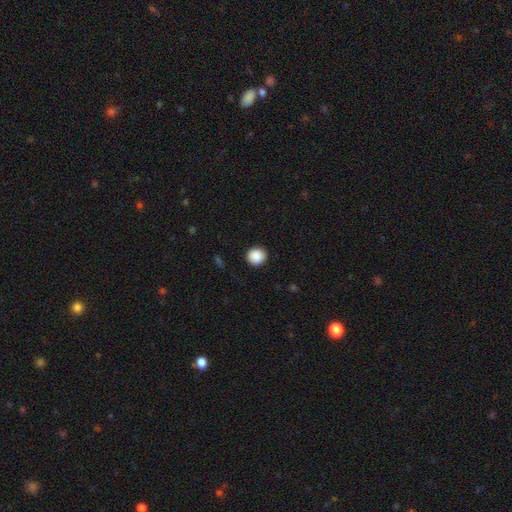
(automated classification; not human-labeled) Overall: smooth (89%). How rounded: round (90%). Merging: none (91%).